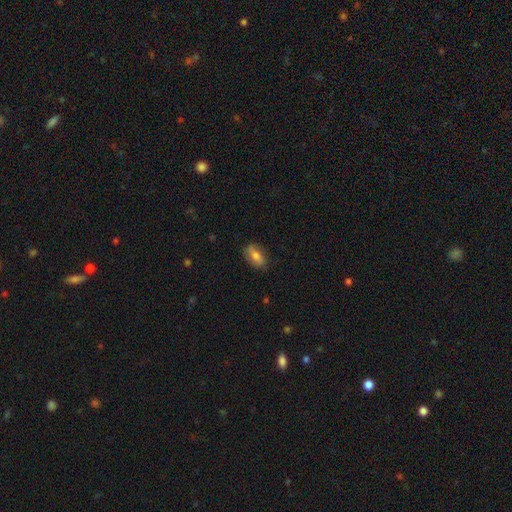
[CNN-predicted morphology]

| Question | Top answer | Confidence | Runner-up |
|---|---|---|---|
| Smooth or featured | smooth | 66% | featured or disk (26%) |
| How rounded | in between | 85% | cigar-shaped (9%) |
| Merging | none | 79% | minor disturbance (16%) |